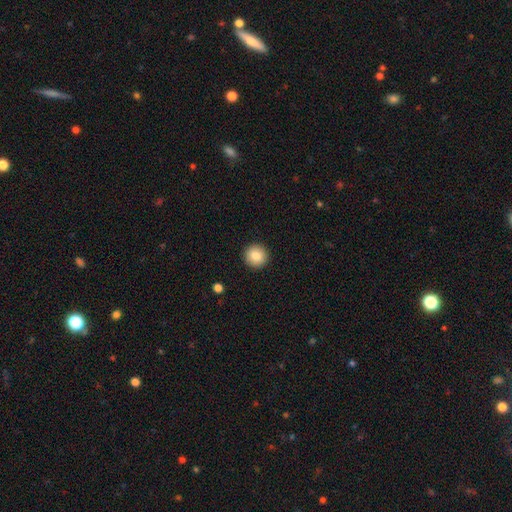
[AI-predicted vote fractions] Smooth or featured? Predicted: smooth (p=0.84). How rounded? Predicted: round (p=0.95). Merging? Predicted: none (p=0.92).